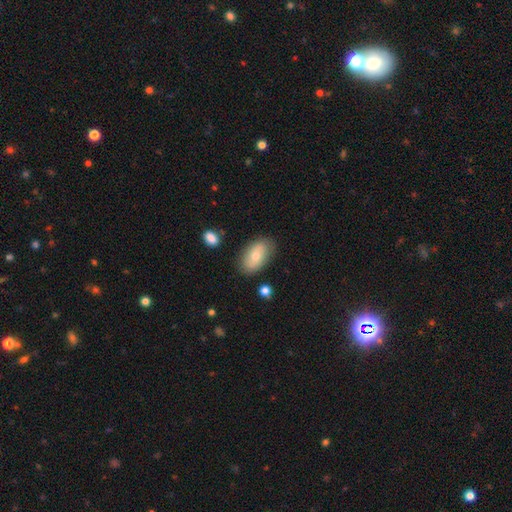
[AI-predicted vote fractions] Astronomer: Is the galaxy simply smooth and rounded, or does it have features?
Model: smooth — 68%.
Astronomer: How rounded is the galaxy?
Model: in between — 93%.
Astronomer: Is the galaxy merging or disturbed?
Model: none — 81%.